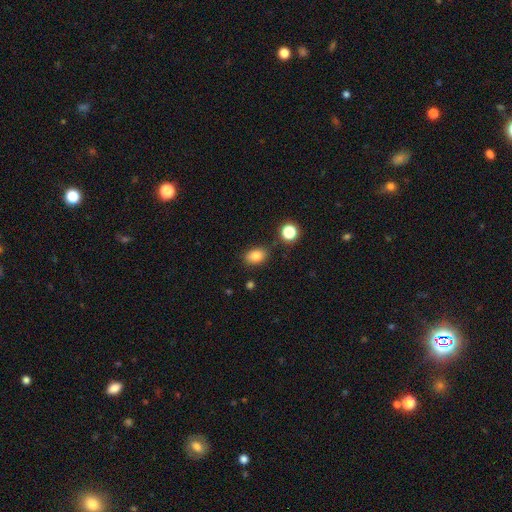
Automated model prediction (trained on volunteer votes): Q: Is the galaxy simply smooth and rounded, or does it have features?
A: smooth — 82%.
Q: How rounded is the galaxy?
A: in between — 76%.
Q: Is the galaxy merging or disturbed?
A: none — 80%.